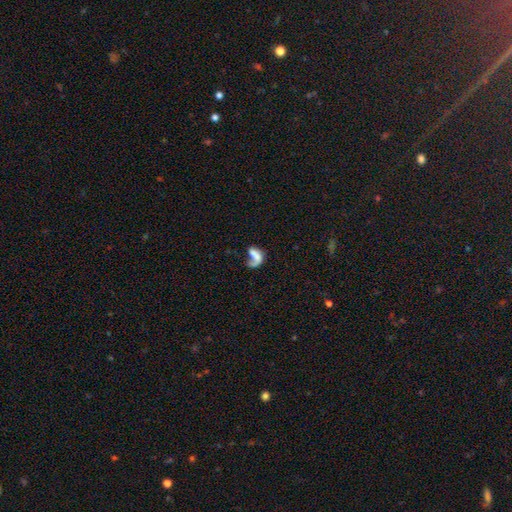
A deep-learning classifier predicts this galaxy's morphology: Smooth or featured? Predicted: smooth (p=0.51). How rounded? Predicted: in between (p=0.81). Merging? Predicted: major disturbance (p=0.37).